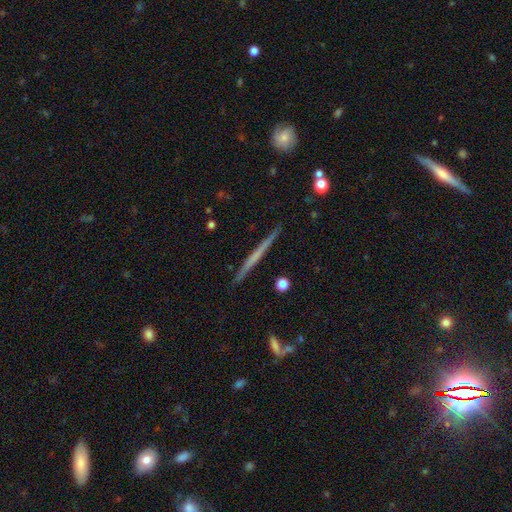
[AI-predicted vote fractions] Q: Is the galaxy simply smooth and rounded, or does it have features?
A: featured or disk — 61%.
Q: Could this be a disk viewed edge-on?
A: yes — 98%.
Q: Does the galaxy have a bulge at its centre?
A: none — 83%.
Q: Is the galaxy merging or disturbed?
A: none — 91%.